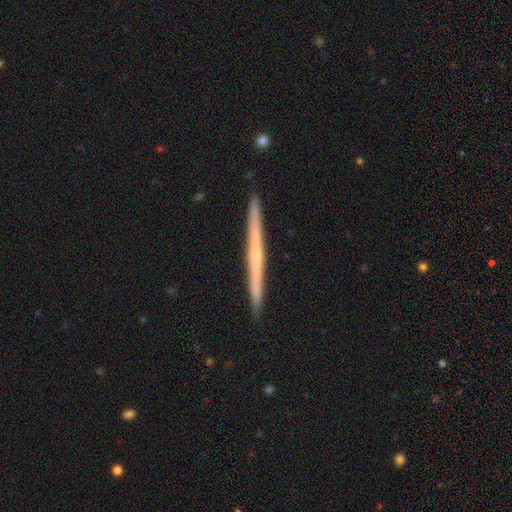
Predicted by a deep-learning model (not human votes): A featured or disk galaxy (66%) viewed edge-on (98%) with no central bulge (64%). Merging: none (93%).